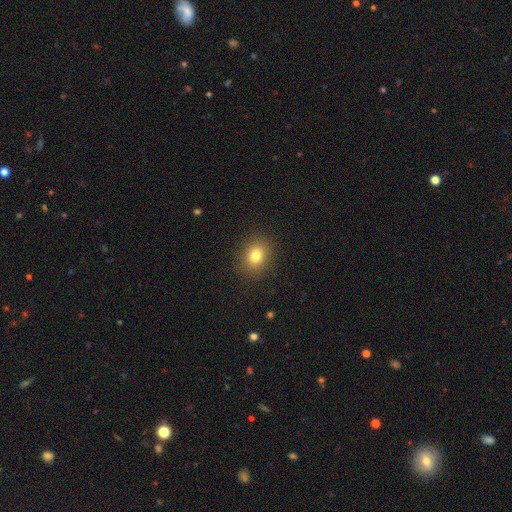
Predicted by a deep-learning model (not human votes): Morphology: type=smooth (79%); roundness=round (57%); merging=none (88%).